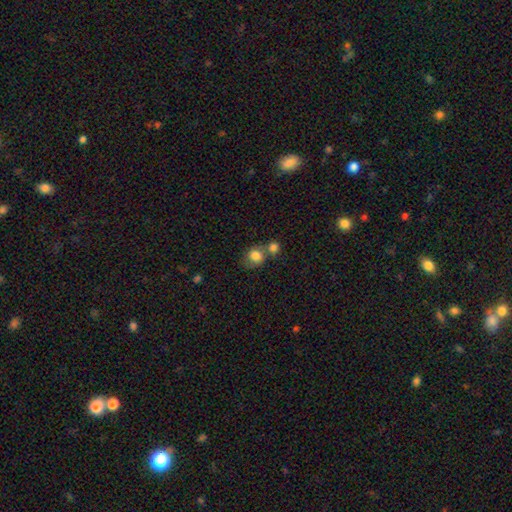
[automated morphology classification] This appears to be a smooth galaxy with no disk features (81%) that is round (77%). Merging: none (43%).